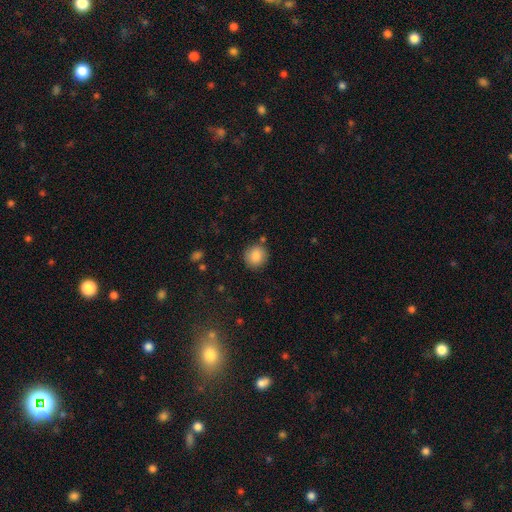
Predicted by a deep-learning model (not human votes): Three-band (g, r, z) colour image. It shows a smooth galaxy with no disk features (87%) that is round (89%). Merging: none (85%).